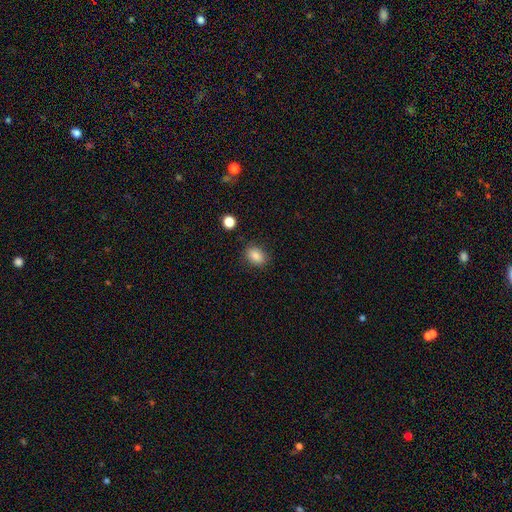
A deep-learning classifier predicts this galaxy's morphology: Smooth or featured? smooth (85%)
How rounded? in between (74%)
Merging? none (84%)